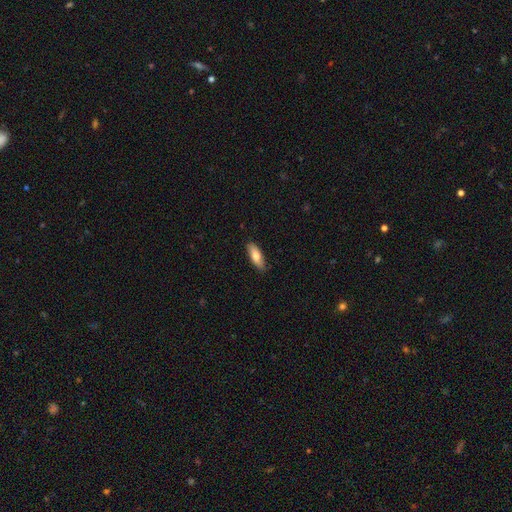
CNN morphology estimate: Smooth or featured: smooth — 78% (featured or disk — 17%)
How rounded: in between — 65% (cigar-shaped — 32%)
Merging: none — 87% (minor disturbance — 11%)